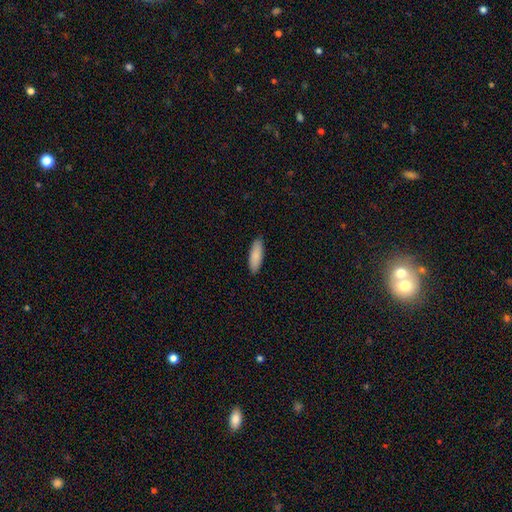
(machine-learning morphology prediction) Q: Smooth or featured?
A: smooth (87%); runner-up: featured or disk (7%)
Q: How rounded?
A: in between (62%); runner-up: cigar-shaped (37%)
Q: Merging?
A: none (88%); runner-up: minor disturbance (9%)